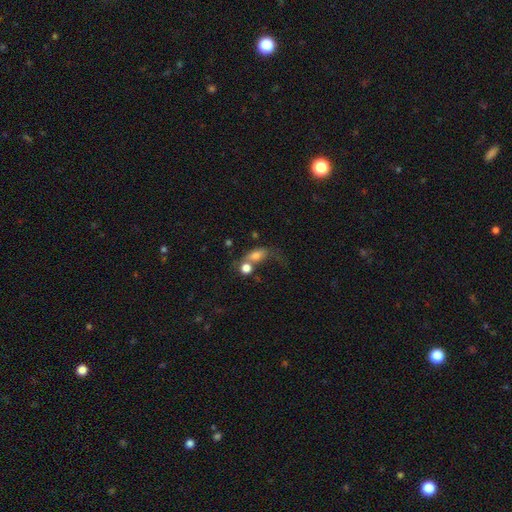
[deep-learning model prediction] A smooth galaxy with no disk features (72%) that is in between round and cigar-shaped (69%).

Vote fractions:
- Smooth or featured? smooth: 72% / featured or disk: 17% / star or artifact: 12%
- How rounded? in between: 69% / round: 25% / cigar-shaped: 6%
- Merging? merger: 48% / none: 23% / major disturbance: 17% / minor disturbance: 12%